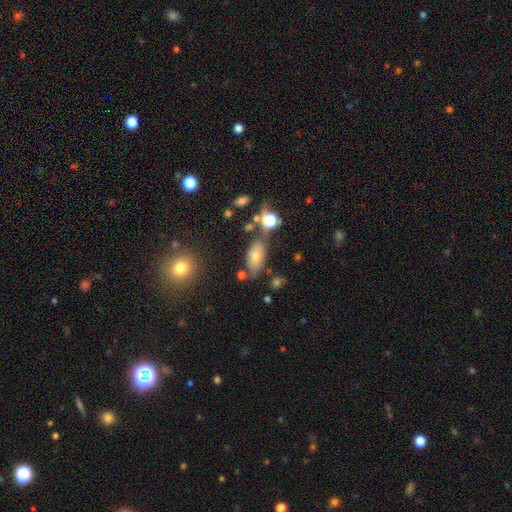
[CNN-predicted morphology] The model was most divided on "smooth or featured": smooth: 65%, featured or disk: 21%, star or artifact: 14%. More confident: how rounded — in between (89%); merging — none (64%).